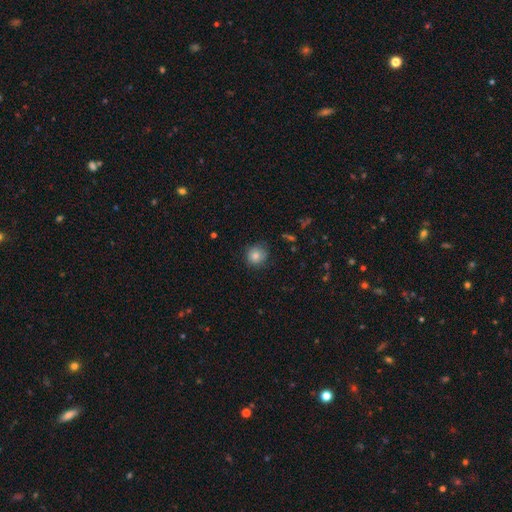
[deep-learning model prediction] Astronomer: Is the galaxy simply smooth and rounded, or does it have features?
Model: smooth — 79%.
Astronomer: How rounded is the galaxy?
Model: round — 88%.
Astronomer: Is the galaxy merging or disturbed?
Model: none — 77%.